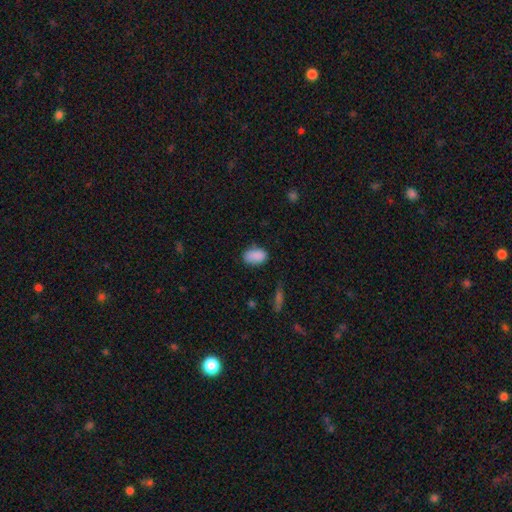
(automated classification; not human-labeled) Smooth or featured? Predicted: smooth (p=0.88). How rounded? Predicted: in between (p=0.90). Merging? Predicted: none (p=0.73).